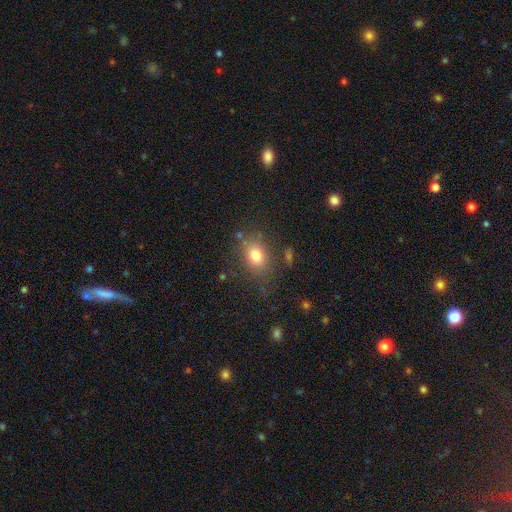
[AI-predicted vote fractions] Smooth or featured? Predicted: smooth (p=0.78). How rounded? Predicted: in between (p=0.60). Merging? Predicted: none (p=0.78).